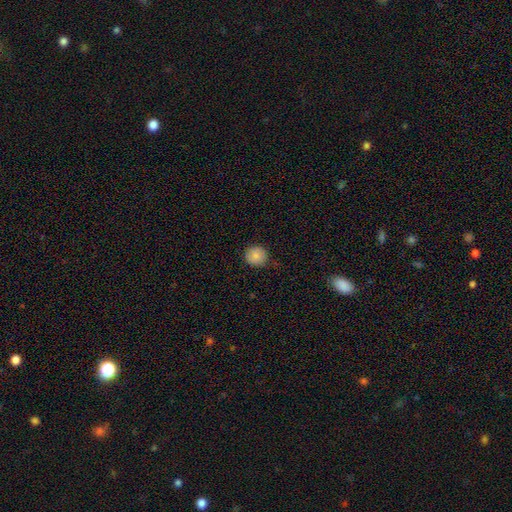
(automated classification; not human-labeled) smooth_or_featured: smooth (p=0.86) [alt: star or artifact p=0.09]
how_rounded: round (p=0.90) [alt: in between p=0.10]
merging: none (p=0.79) [alt: minor disturbance p=0.17]